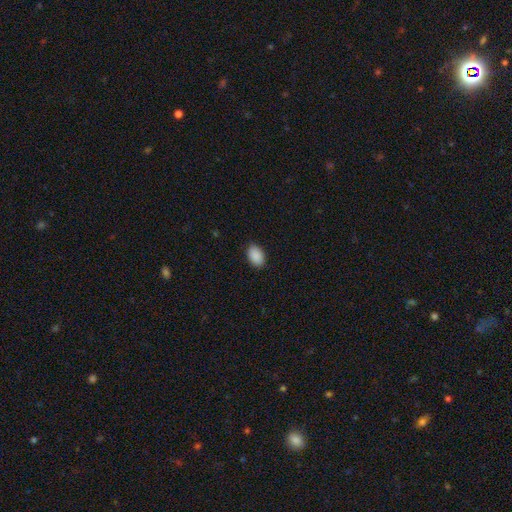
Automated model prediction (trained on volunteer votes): This appears to be a smooth galaxy with no disk features (91%) that is in between round and cigar-shaped (88%). Merging: none (88%).